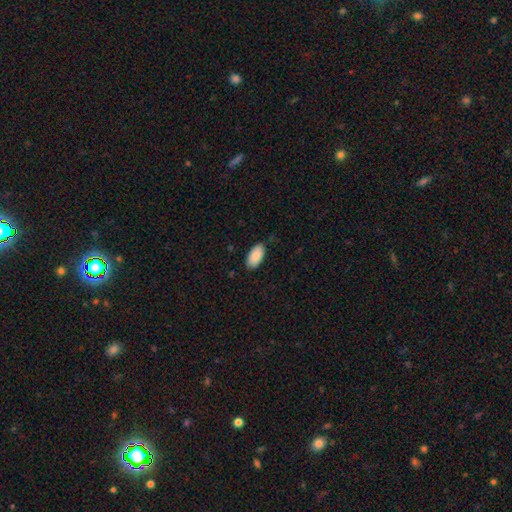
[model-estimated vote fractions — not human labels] Q: Smooth or featured?
A: smooth (90%); runner-up: star or artifact (6%)
Q: How rounded?
A: in between (95%); runner-up: cigar-shaped (3%)
Q: Merging?
A: none (86%); runner-up: minor disturbance (11%)